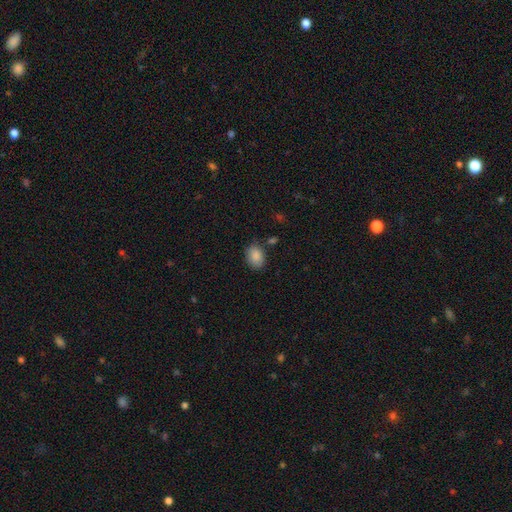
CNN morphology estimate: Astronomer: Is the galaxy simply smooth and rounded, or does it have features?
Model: smooth — 88%.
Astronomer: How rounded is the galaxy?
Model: in between — 74%.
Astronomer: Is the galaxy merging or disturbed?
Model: none — 76%.